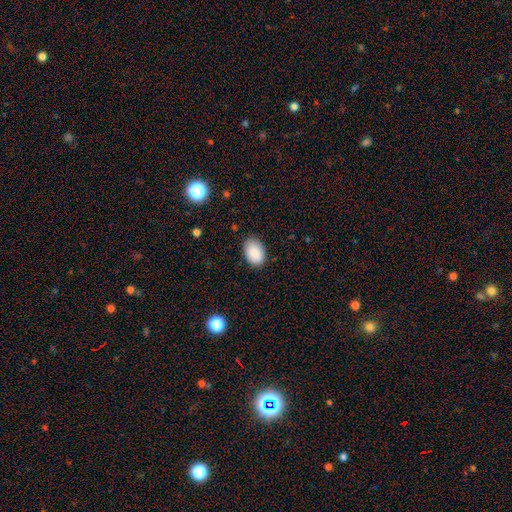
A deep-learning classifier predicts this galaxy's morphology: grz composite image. It shows a smooth galaxy with no disk features (88%) that is in between round and cigar-shaped (86%). Merging: none (83%).